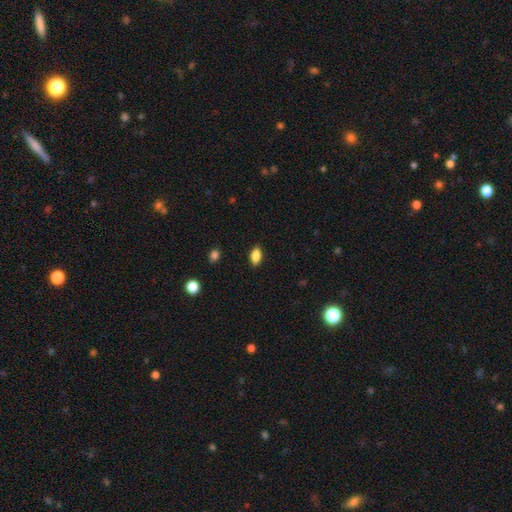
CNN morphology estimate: This is clearly a smooth galaxy (85%). How rounded: clearly in between (88%). Merging: clearly none (87%).